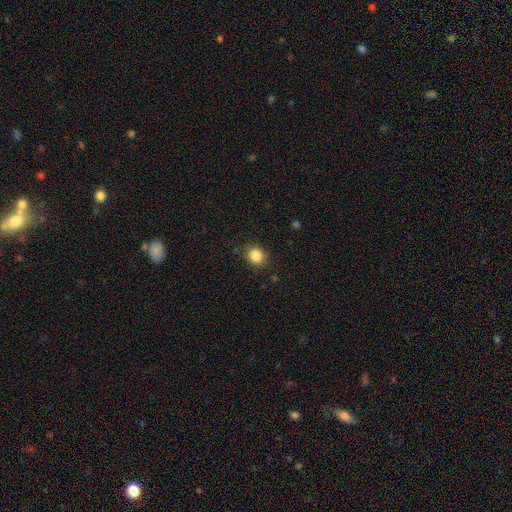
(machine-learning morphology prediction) A smooth galaxy with no disk features (84%) that is round (77%).

Vote fractions:
- Smooth or featured? smooth: 84% / star or artifact: 10% / featured or disk: 5%
- How rounded? round: 77% / in between: 23% / cigar-shaped: 1%
- Merging? none: 87% / minor disturbance: 9% / major disturbance: 2% / merger: 1%